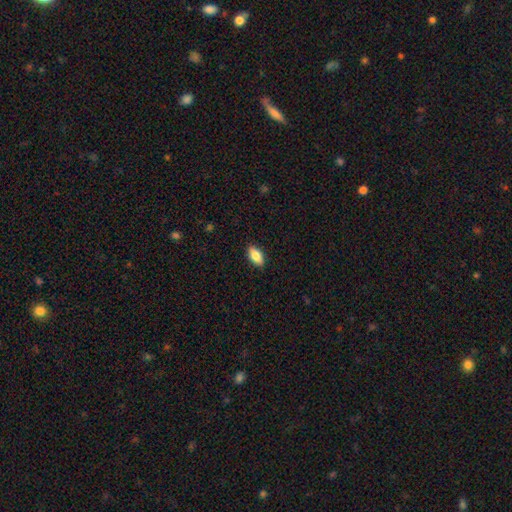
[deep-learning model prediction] The model was most divided on "smooth or featured": smooth: 82%, featured or disk: 11%, star or artifact: 7%. More confident: how rounded — in between (90%); merging — none (89%).